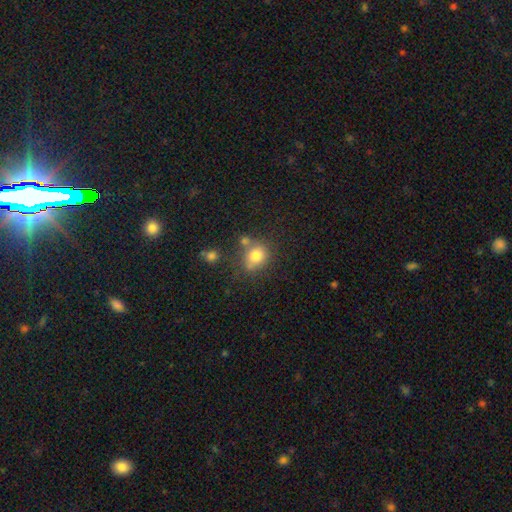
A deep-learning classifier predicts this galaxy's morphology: A smooth galaxy with no disk features (78%) that is round (64%). Merging: none (54%).